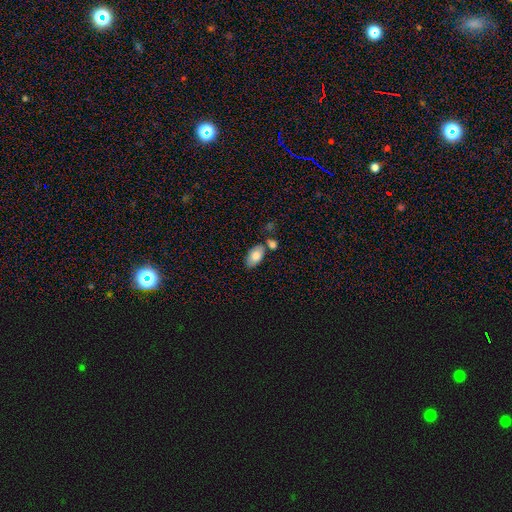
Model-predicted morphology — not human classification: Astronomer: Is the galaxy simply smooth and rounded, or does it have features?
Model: smooth — 79%.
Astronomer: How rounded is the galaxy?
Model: in between — 93%.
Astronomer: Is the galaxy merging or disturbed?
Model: none — 64%.